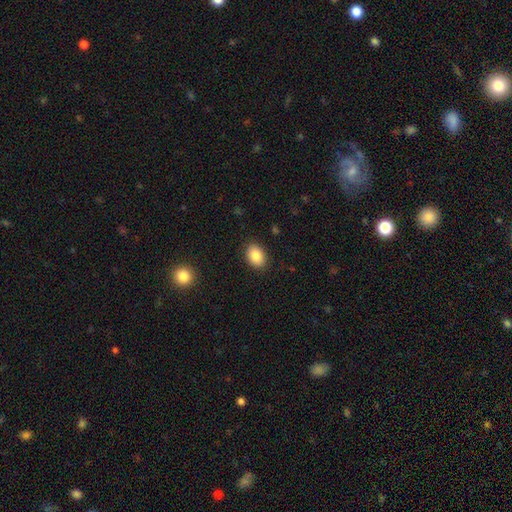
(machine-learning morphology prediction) Q: Smooth or featured?
A: smooth (86%); runner-up: star or artifact (8%)
Q: How rounded?
A: in between (77%); runner-up: round (22%)
Q: Merging?
A: none (88%); runner-up: minor disturbance (8%)